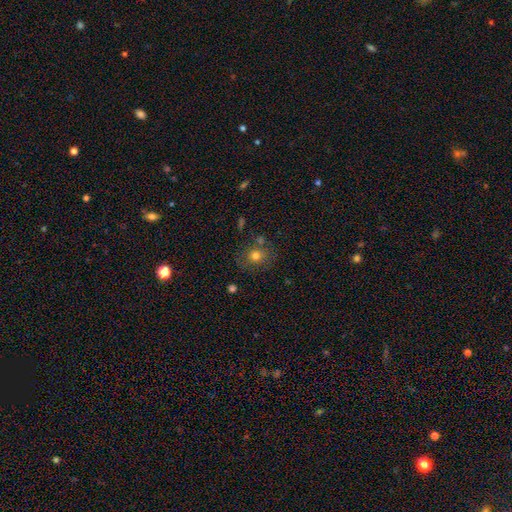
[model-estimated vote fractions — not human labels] This is likely a smooth galaxy (73%). How rounded: likely round (75%). Merging: likely none (73%).